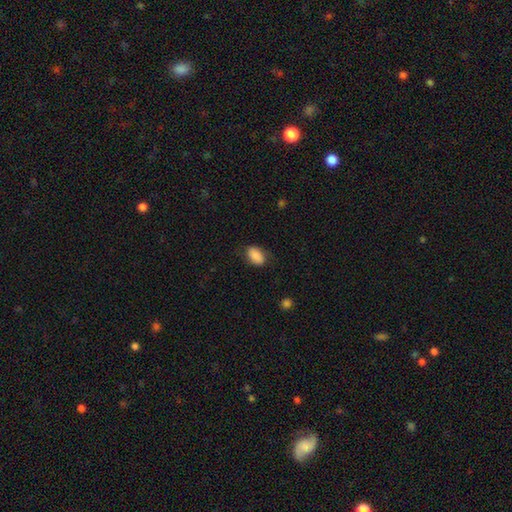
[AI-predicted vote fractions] Smooth or featured?
  - smooth: 85% *
  - featured or disk: 8%
  - star or artifact: 7%
How rounded?
  - in between: 89% *
  - round: 9%
  - cigar-shaped: 2%
Merging?
  - none: 73% *
  - minor disturbance: 20%
  - major disturbance: 6%
  - merger: 1%